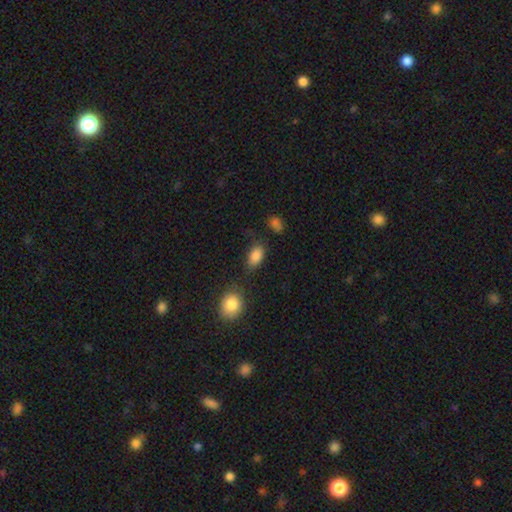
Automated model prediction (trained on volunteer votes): Overall: smooth (86%). How rounded: in between (88%). Merging: none (67%).